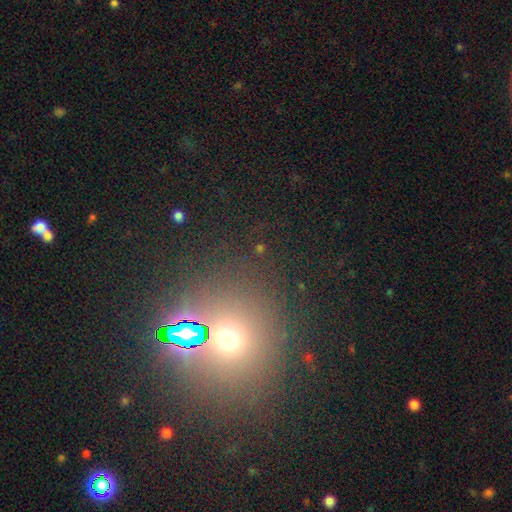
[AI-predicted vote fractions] This appears to be a star or artifact, not a galaxy (60%).